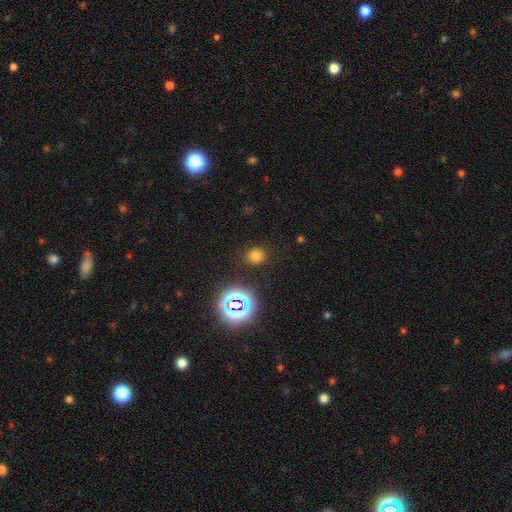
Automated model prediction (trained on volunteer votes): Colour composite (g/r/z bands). It shows a smooth galaxy with no disk features (70%) that is round (81%). Merging: none (87%).